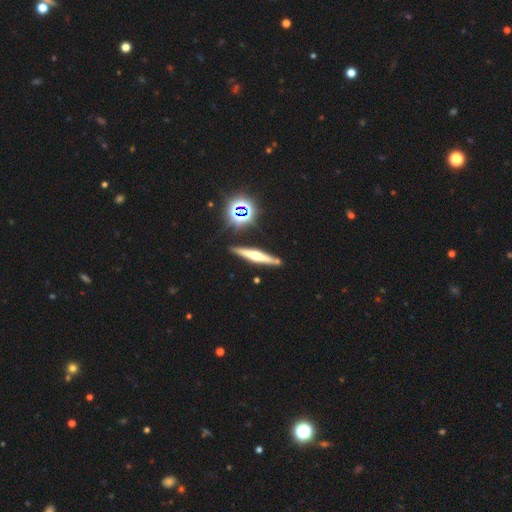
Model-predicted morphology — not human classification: smooth_or_featured: featured or disk (p=0.58) [alt: smooth p=0.30]
disk_edge_on: yes (p=0.96) [alt: no p=0.04]
edge_on_bulge: rounded (p=0.83) [alt: boxy p=0.09]
merging: none (p=0.84) [alt: minor disturbance p=0.09]